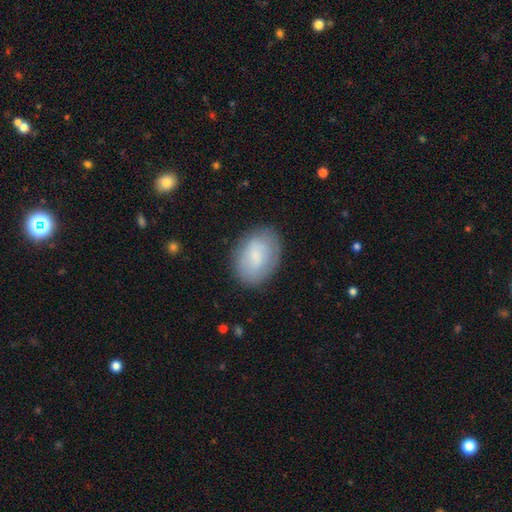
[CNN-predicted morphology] Smooth or featured: smooth — 72% (featured or disk — 21%)
How rounded: in between — 82% (round — 17%)
Merging: none — 79% (minor disturbance — 15%)